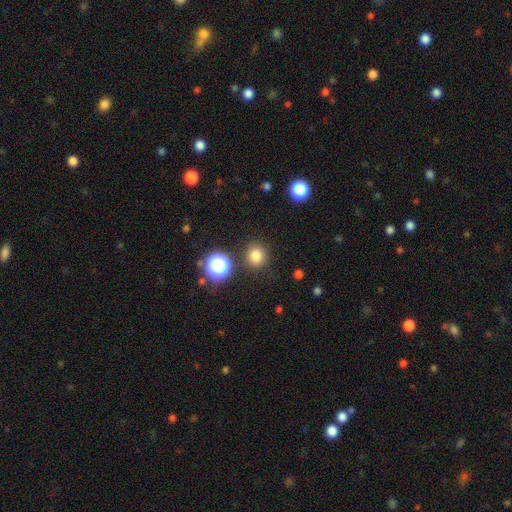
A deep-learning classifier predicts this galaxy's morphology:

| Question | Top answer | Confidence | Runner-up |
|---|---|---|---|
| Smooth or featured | smooth | 80% | star or artifact (15%) |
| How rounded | round | 88% | in between (11%) |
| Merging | none | 87% | minor disturbance (8%) |